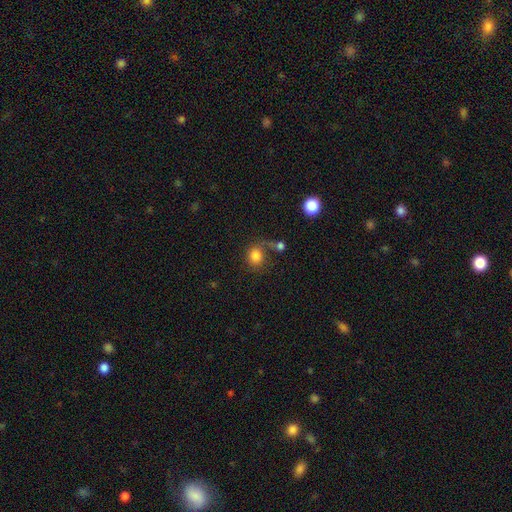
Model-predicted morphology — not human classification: The model was most divided on "merging": none: 51%, merger: 18%, minor disturbance: 16%, major disturbance: 15%. More confident: smooth or featured — smooth (80%); how rounded — round (74%).